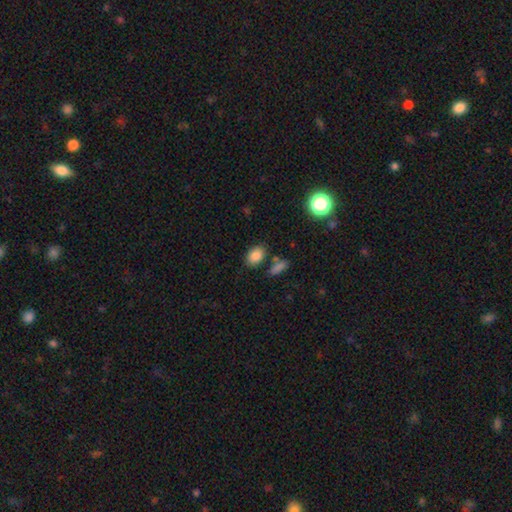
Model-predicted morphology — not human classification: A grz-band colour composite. It shows a smooth galaxy with no disk features (84%) that is in between round and cigar-shaped (81%). Merging: none (77%).